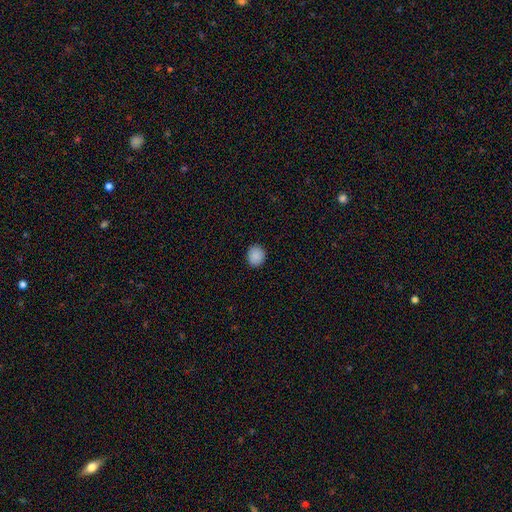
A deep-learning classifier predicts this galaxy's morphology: Overall: smooth (89%). How rounded: round (75%). Merging: none (90%).